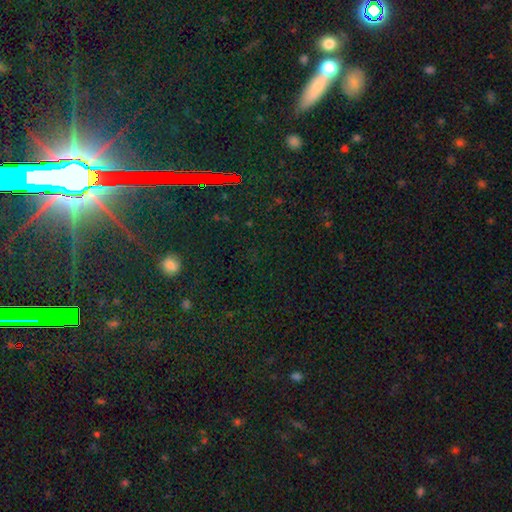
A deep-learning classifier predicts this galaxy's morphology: A star or artifact, not a galaxy (75%).